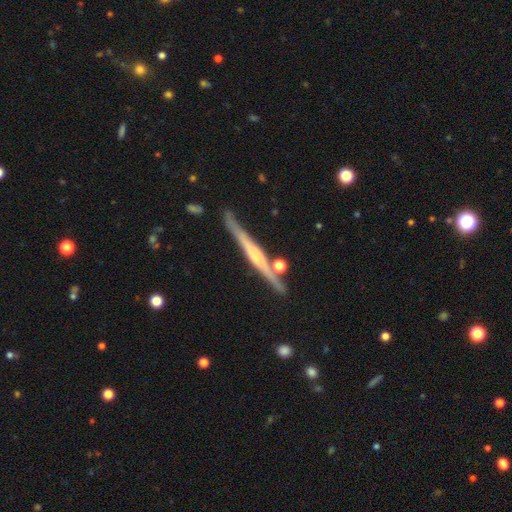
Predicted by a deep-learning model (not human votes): Morphology: type=featured or disk (75%); edge-on=yes (97%); edge-on bulge=rounded (62%); merging=none (82%).